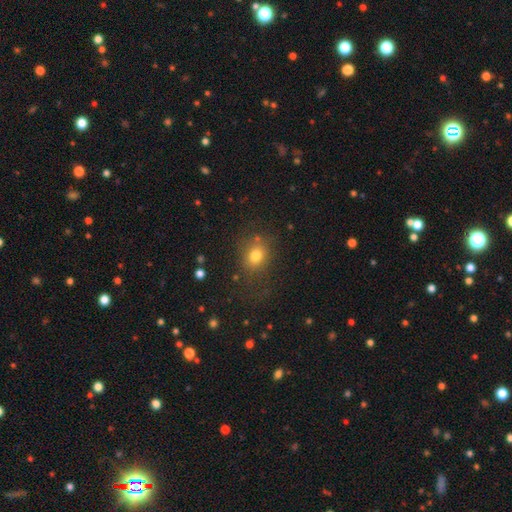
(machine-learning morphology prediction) Smooth or featured? smooth (77%)
How rounded? round (56%)
Merging? none (73%)